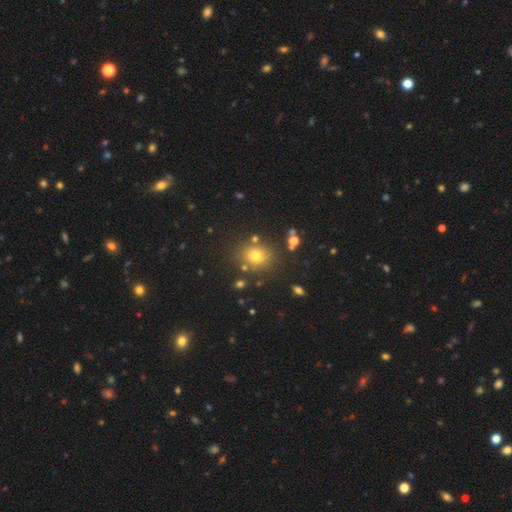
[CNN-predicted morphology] This appears to be a smooth galaxy with no disk features (73%) that is round (69%). Merging: none (81%).